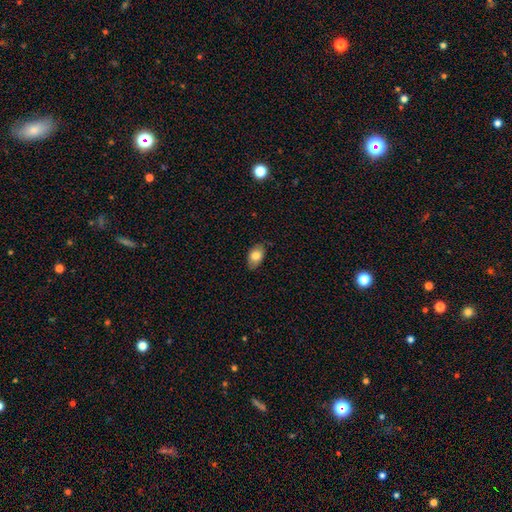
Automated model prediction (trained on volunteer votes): This appears to be a smooth galaxy with no disk features (81%) that is in between round and cigar-shaped (90%). Merging: none (79%).